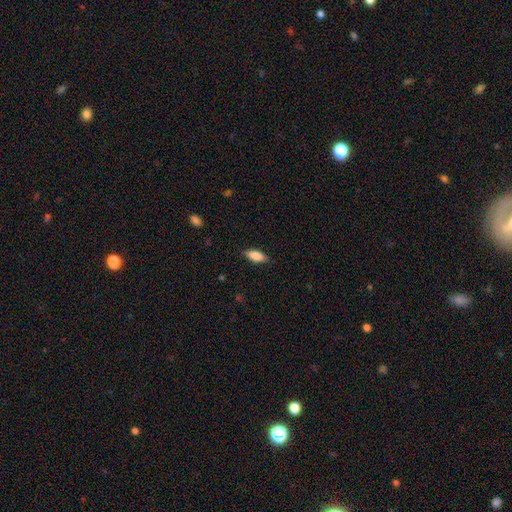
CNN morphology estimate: Smooth or featured? Predicted: smooth (p=0.77). How rounded? Predicted: in between (p=0.76). Merging? Predicted: none (p=0.82).